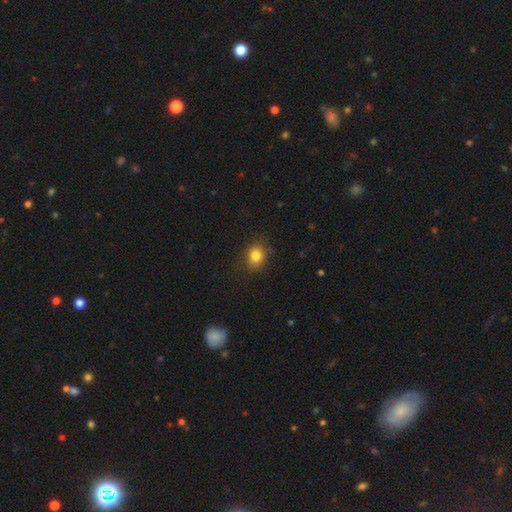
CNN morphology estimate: This is clearly a smooth galaxy (82%). How rounded: likely round (62%). Merging: likely none (79%).